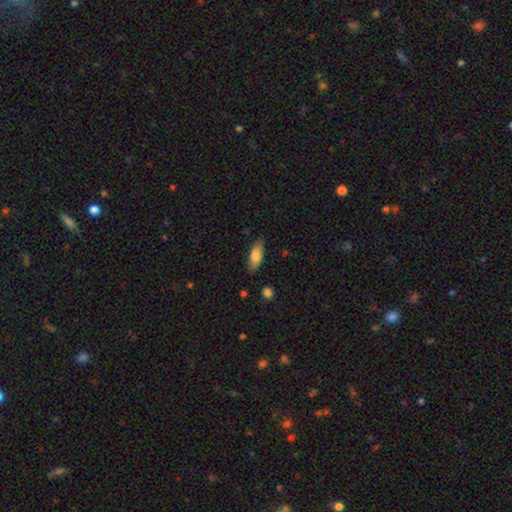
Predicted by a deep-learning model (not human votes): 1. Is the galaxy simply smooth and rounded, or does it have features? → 81% smooth, 13% featured or disk, 6% star or artifact.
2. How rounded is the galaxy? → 77% in between, 21% cigar-shaped, 2% round.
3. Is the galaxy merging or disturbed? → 82% none, 14% minor disturbance, 3% major disturbance, 1% merger.